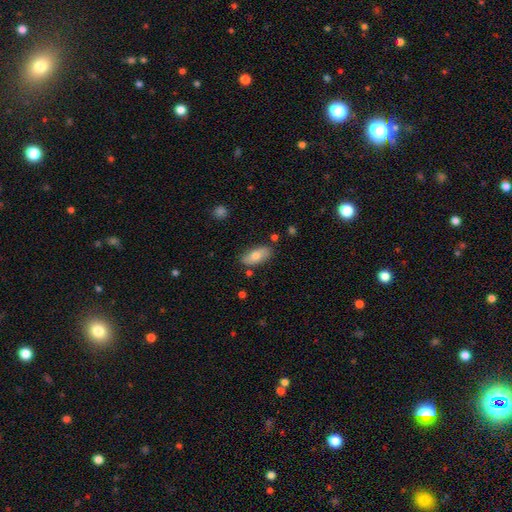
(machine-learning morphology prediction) Smooth or featured: smooth — 76% (featured or disk — 18%)
How rounded: in between — 89% (cigar-shaped — 8%)
Merging: none — 82% (minor disturbance — 13%)